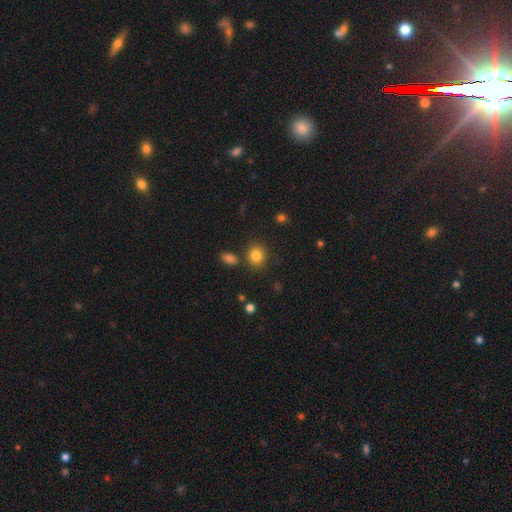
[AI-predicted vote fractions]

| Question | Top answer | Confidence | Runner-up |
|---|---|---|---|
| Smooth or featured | smooth | 83% | star or artifact (11%) |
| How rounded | round | 74% | in between (25%) |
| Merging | none | 81% | minor disturbance (9%) |